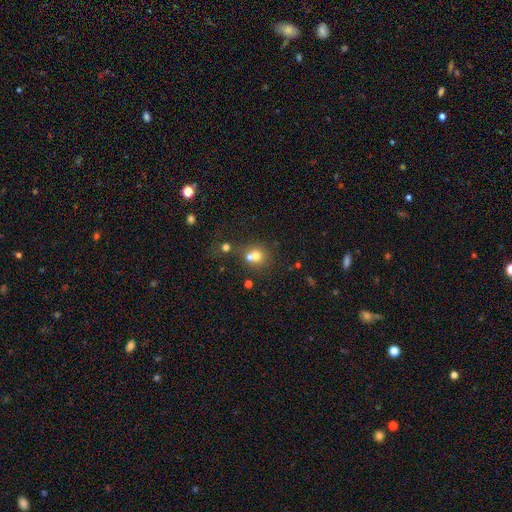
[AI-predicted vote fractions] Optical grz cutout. It shows a smooth galaxy with no disk features (68%) that is round (82%). Merging: merger (49%).